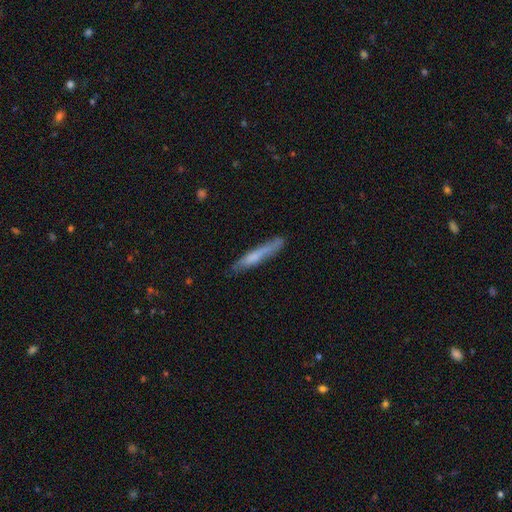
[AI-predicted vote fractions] Smooth or featured? Predicted: smooth (p=0.61). How rounded? Predicted: cigar-shaped (p=0.94). Merging? Predicted: none (p=0.76).